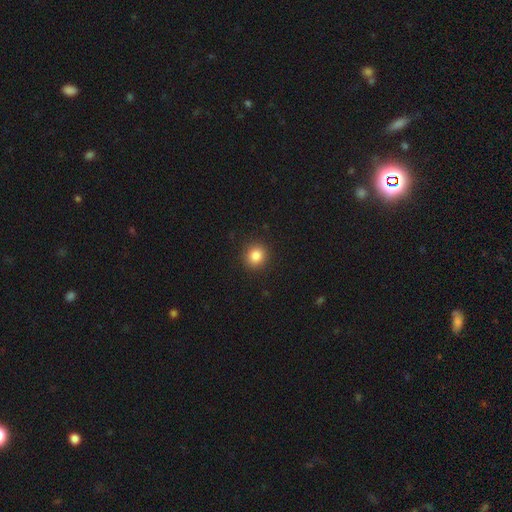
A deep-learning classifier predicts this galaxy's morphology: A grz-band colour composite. It shows a smooth galaxy with no disk features (85%) that is round (89%). Merging: none (91%).